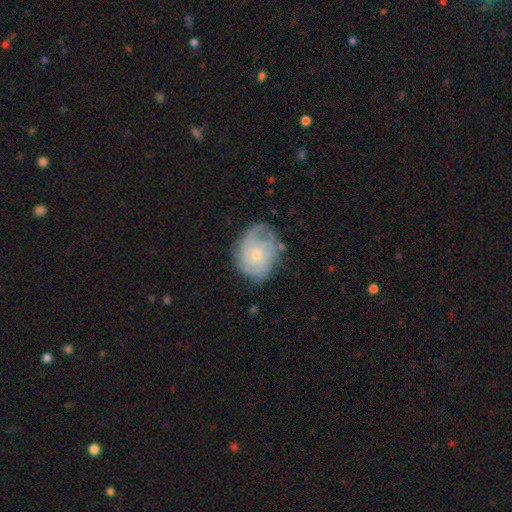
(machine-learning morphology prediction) This is likely a featured or disk galaxy (74%). It is clearly not viewed edge-on (98%). Bar: likely no (78%). Spiral arm pattern: clearly yes (90%). Spiral arm count: marginally can't tell (35%). Spiral winding: possibly tight (58%). Central bulge: likely small (65%). Merging: likely none (62%).